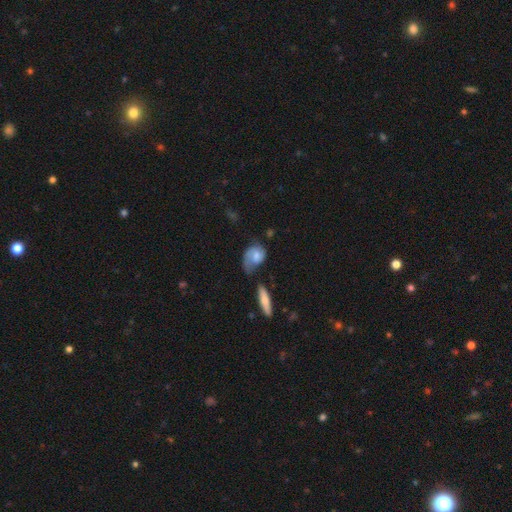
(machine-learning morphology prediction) This is possibly a featured or disk galaxy (51%). It is clearly not viewed edge-on (94%). Merging: marginally none (36%).